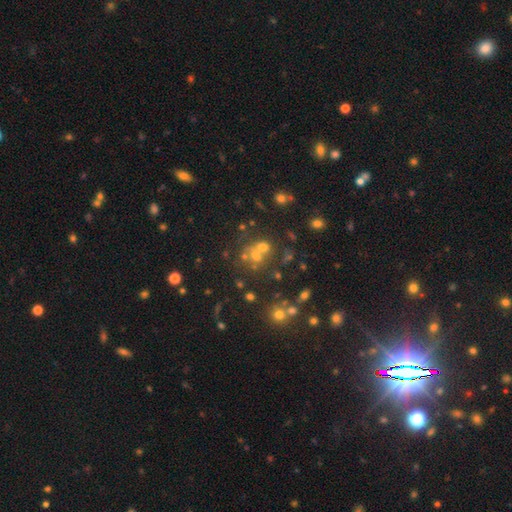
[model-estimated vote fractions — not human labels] Smooth or featured: smooth — 51% (star or artifact — 26%)
How rounded: round — 67% (in between — 32%)
Merging: merger — 44% (none — 39%)